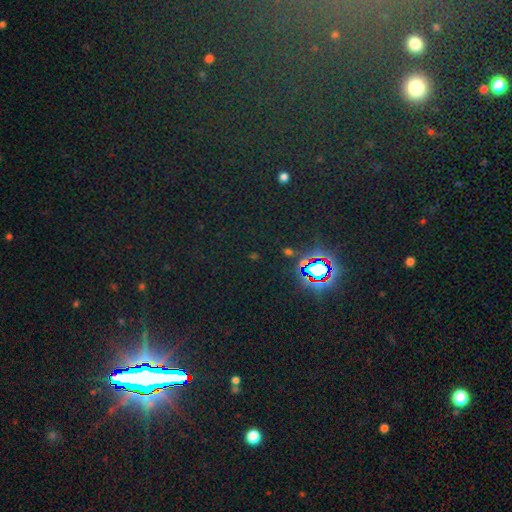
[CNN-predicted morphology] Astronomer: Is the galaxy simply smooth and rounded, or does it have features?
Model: star or artifact — 79%.